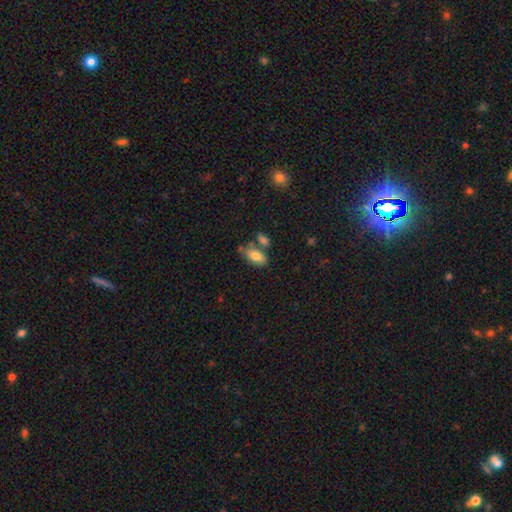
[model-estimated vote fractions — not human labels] Smooth or featured? smooth (77%)
How rounded? in between (90%)
Merging? none (56%)